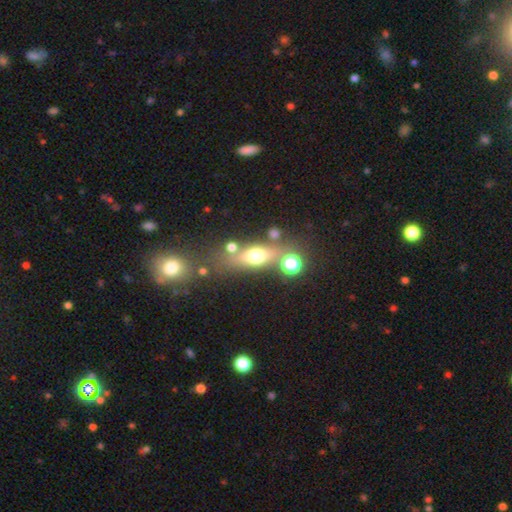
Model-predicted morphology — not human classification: smooth-or-featured: smooth: 52% | featured or disk: 34% | star or artifact: 14%
  how-rounded: in between: 49% | cigar-shaped: 34% | round: 17%
  merging: none: 66% | minor disturbance: 14% | merger: 12% | major disturbance: 8%